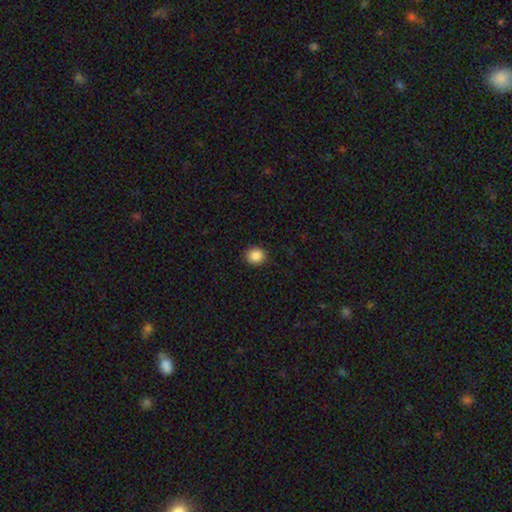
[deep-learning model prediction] Smooth or featured?
  - smooth: 87% *
  - star or artifact: 9%
  - featured or disk: 4%
How rounded?
  - round: 83% *
  - in between: 16%
  - cigar-shaped: 1%
Merging?
  - none: 91% *
  - minor disturbance: 6%
  - major disturbance: 2%
  - merger: 1%